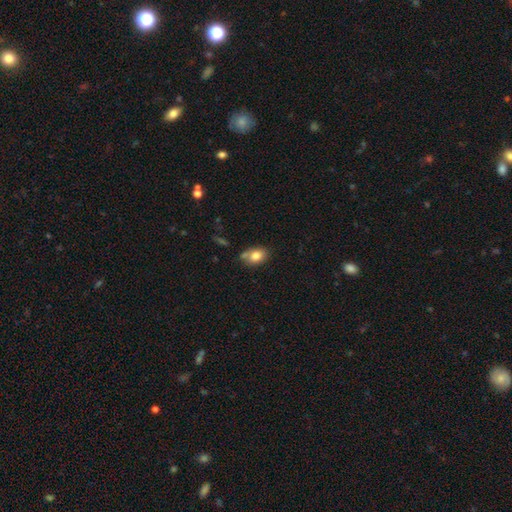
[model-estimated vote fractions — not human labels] smooth_or_featured: smooth (p=0.80) [alt: featured or disk p=0.11]
how_rounded: in between (p=0.77) [alt: round p=0.22]
merging: none (p=0.59) [alt: minor disturbance p=0.21]